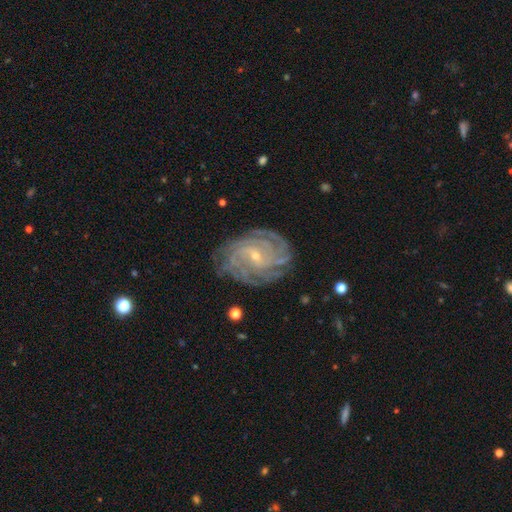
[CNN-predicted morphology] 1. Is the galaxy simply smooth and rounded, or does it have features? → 90% featured or disk, 5% star or artifact, 4% smooth.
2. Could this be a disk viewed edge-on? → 97% no, 3% yes.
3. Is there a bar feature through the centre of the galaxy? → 48% no, 40% weak, 13% strong.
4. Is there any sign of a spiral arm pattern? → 98% yes, 2% no.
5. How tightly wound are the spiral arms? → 77% tight, 20% medium, 3% loose.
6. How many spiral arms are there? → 29% 4, 20% more than 4, 20% can't tell, 13% 3, 10% 2, 8% 1.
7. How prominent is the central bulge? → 76% small, 21% moderate, 1% none, 1% large, 1% dominant.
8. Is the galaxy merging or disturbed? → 81% none, 14% minor disturbance, 4% major disturbance, 1% merger.